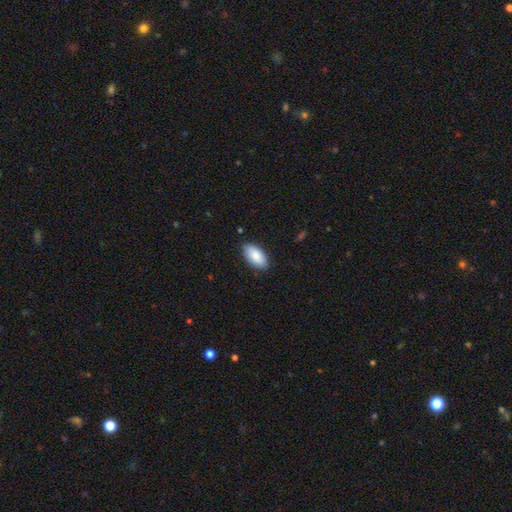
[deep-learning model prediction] smooth_or_featured: smooth (p=0.85) [alt: featured or disk p=0.09]
how_rounded: in between (p=0.94) [alt: cigar-shaped p=0.03]
merging: none (p=0.83) [alt: minor disturbance p=0.13]